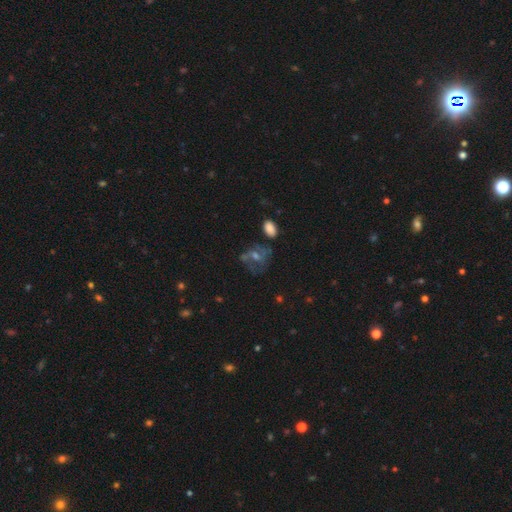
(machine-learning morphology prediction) Smooth or featured? featured or disk (52%)
Edge-on disk? no (95%)
Merging? none (53%)